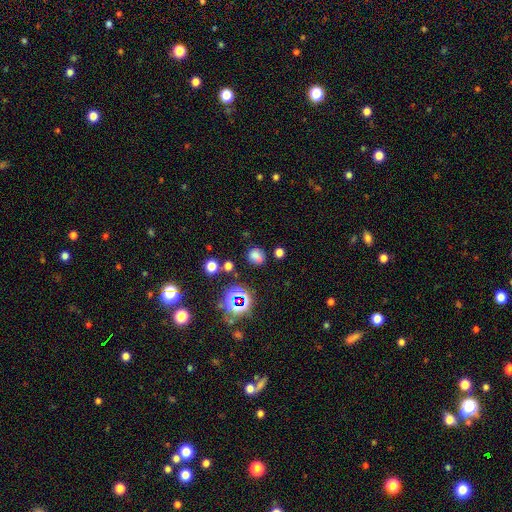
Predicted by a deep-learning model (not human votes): This appears to be a smooth galaxy with no disk features (65%) that is round (55%). Merging: none (72%).